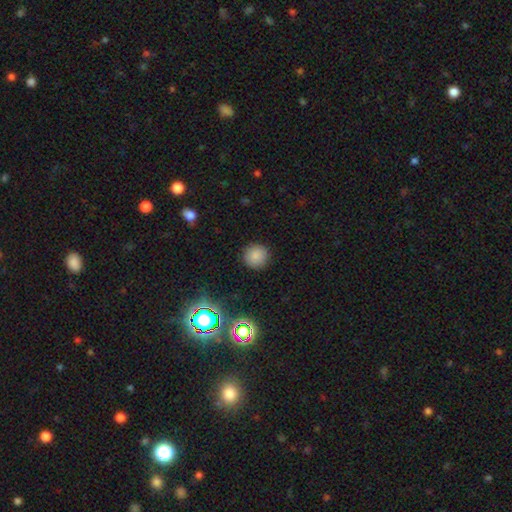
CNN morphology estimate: Smooth or featured? smooth (81%)
How rounded? round (94%)
Merging? none (91%)